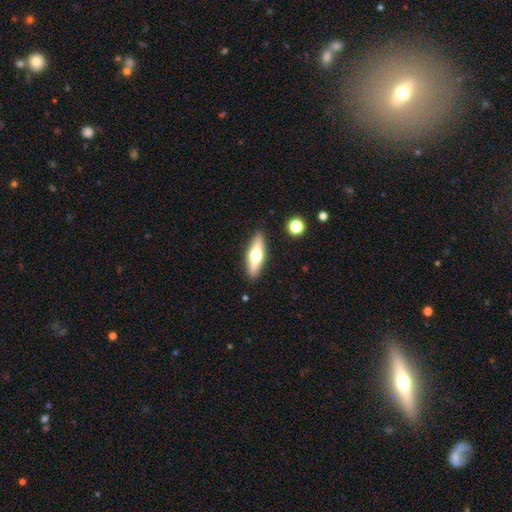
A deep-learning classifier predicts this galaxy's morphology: Overall: smooth (48%; featured or disk 46%). Merging: none (88%).